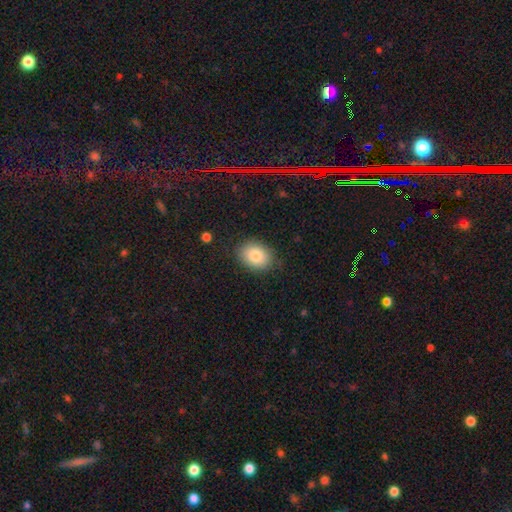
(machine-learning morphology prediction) The model was most divided on "how rounded": in between: 66%, round: 33%, cigar-shaped: 1%. More confident: merging — none (84%); smooth or featured — smooth (82%).